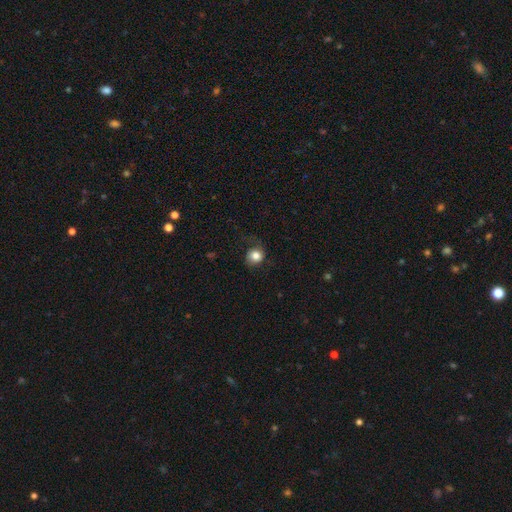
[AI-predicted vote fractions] Overall: smooth (79%). How rounded: round (81%). Merging: none (61%; minor disturbance 21%).